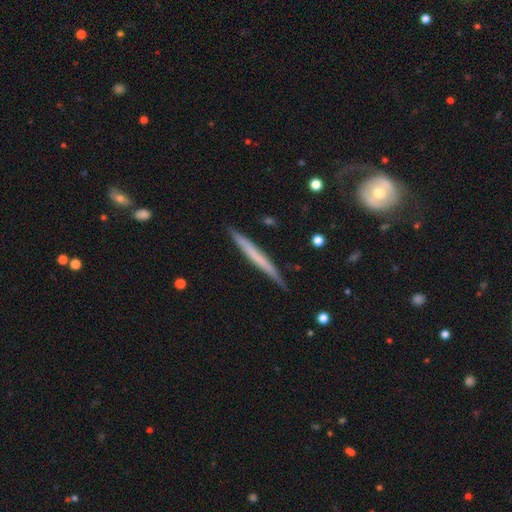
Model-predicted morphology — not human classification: smooth_or_featured: featured or disk (p=0.48) [alt: smooth p=0.47]
merging: none (p=0.87) [alt: minor disturbance p=0.10]